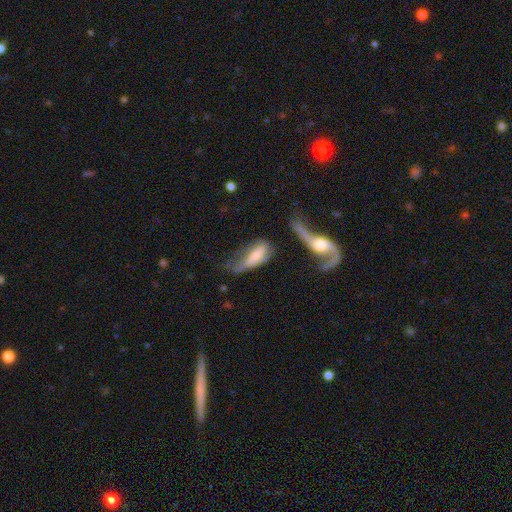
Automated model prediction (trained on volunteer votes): Smooth or featured: smooth — 62% (featured or disk — 31%)
How rounded: in between — 69% (cigar-shaped — 28%)
Merging: major disturbance — 38% (minor disturbance — 25%)